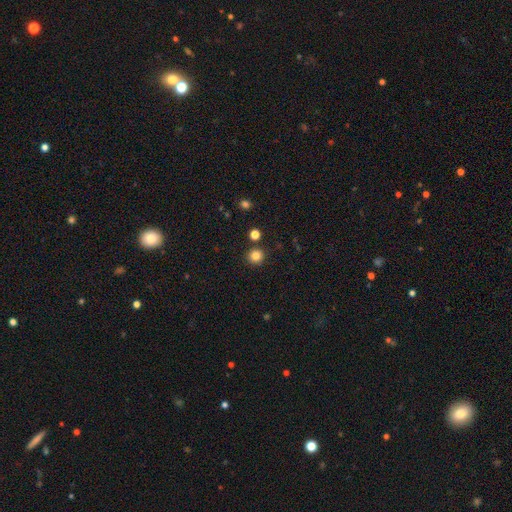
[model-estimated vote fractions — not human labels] This is clearly a smooth galaxy (83%). How rounded: clearly round (93%). Merging: clearly none (90%).